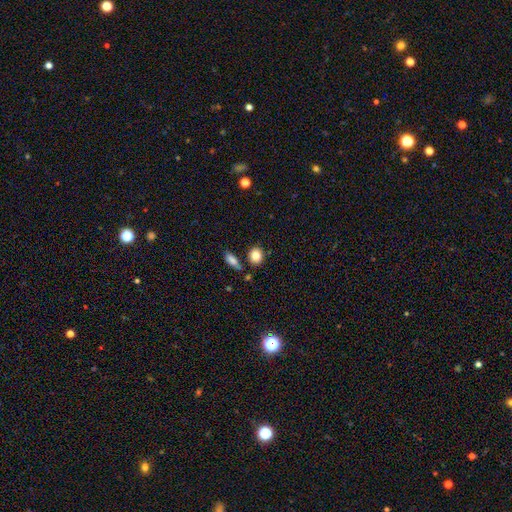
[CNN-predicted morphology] type=smooth (84%); roundness=round (55%); merging=none (76%).